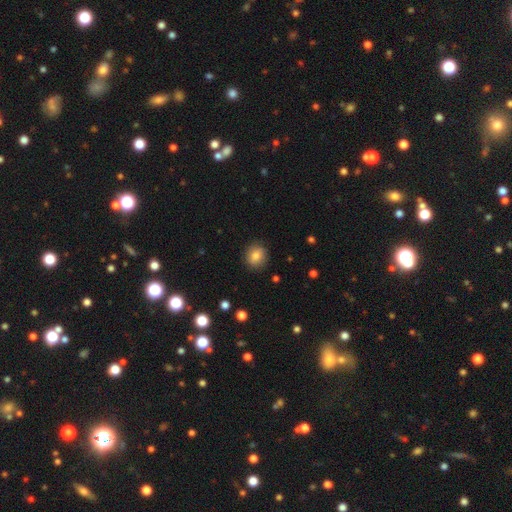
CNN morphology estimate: smooth 80%, star or artifact 10%, featured or disk 10%. Down the decision tree: how rounded — round (77%); merging — none (87%).